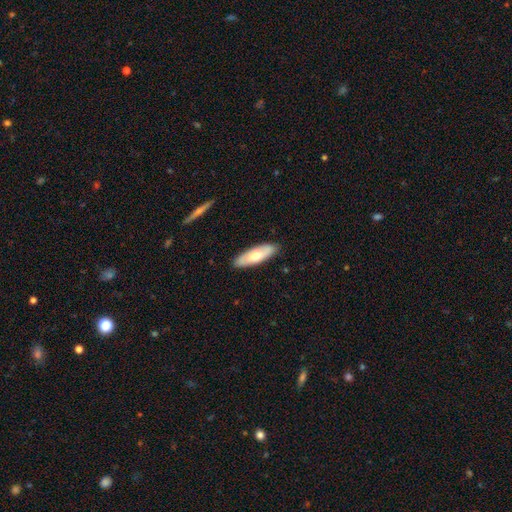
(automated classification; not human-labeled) A smooth galaxy with no disk features (61%) that is in between round and cigar-shaped (60%). Merging: none (88%).